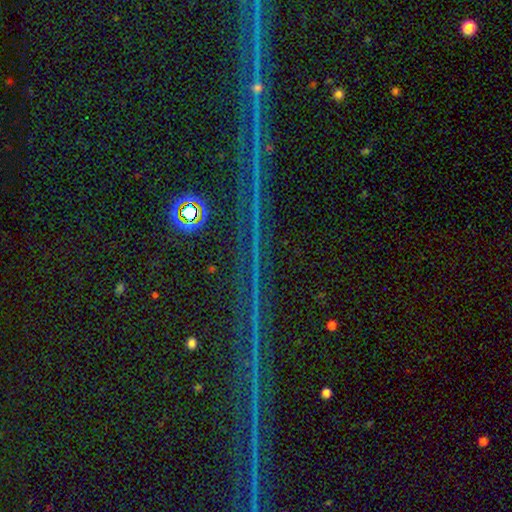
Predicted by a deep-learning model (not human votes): Smooth or featured: star or artifact — 86% (featured or disk — 8%)